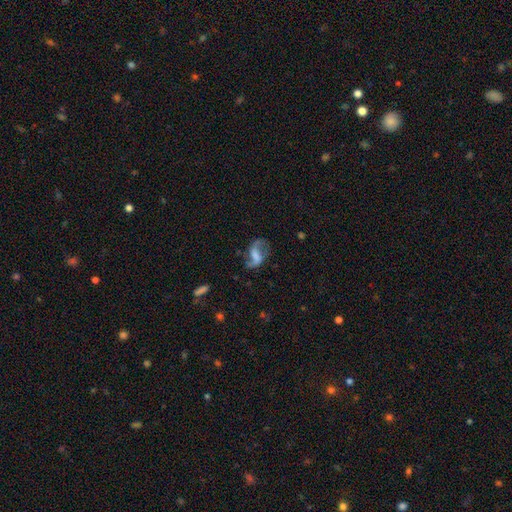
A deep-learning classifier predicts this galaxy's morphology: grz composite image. It shows a featured or disk galaxy (76%) with a weak bar (44%), 2 (88%) loose (71%) spiral arms (91%) and no central bulge (43%). Merging: none (61%).